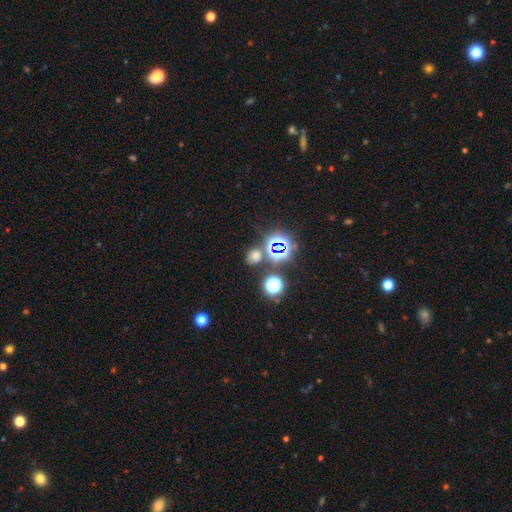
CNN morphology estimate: Smooth or featured?
  - smooth: 55% *
  - star or artifact: 39%
  - featured or disk: 6%
How rounded?
  - round: 61% *
  - in between: 37%
  - cigar-shaped: 1%
Merging?
  - none: 74% *
  - merger: 11%
  - minor disturbance: 11%
  - major disturbance: 4%